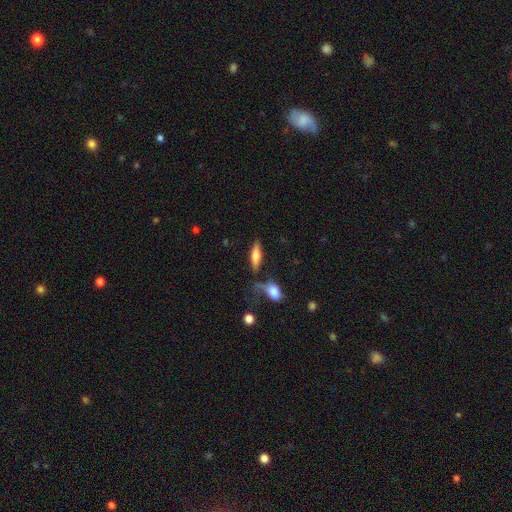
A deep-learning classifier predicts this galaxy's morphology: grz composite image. It shows a smooth galaxy with no disk features (58%) that is cigar-shaped (54%). Merging: none (64%).